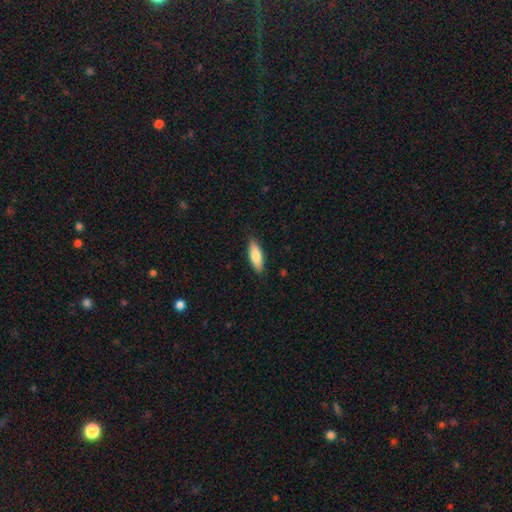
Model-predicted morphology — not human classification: smooth 78%, featured or disk 16%, star or artifact 5%. Down the decision tree: how rounded — in between (59%); merging — none (86%).